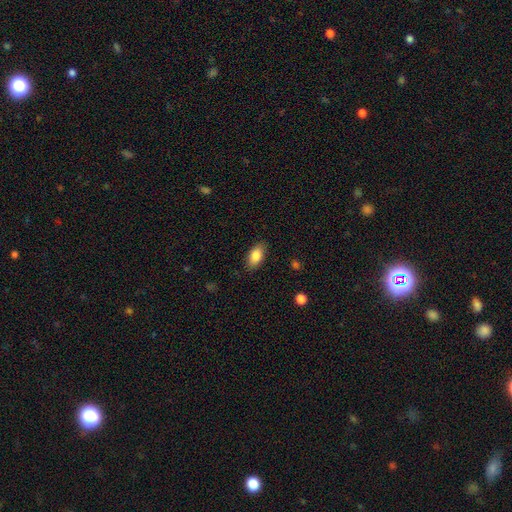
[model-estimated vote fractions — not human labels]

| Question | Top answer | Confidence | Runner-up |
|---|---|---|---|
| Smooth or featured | smooth | 85% | featured or disk (8%) |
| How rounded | in between | 91% | cigar-shaped (4%) |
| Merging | none | 86% | minor disturbance (11%) |